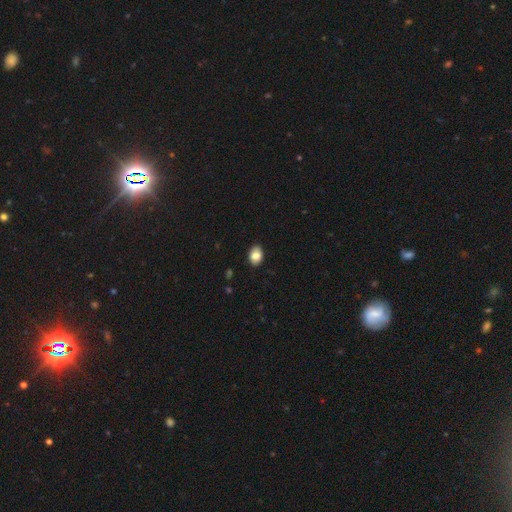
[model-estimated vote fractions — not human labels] This is clearly a smooth galaxy (84%). How rounded: likely in between (77%). Merging: clearly none (88%).